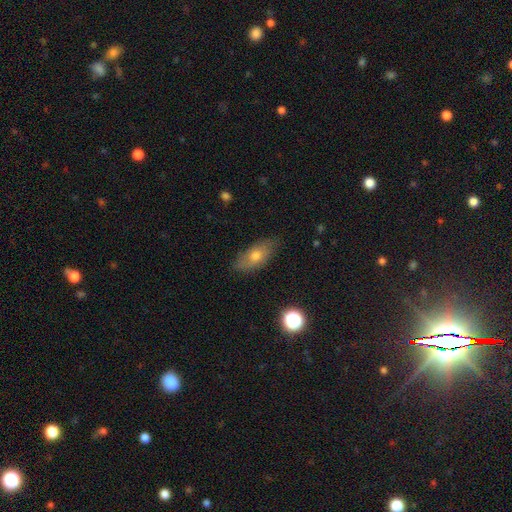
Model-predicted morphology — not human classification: type=smooth (64%); roundness=in between (82%); merging=none (79%).